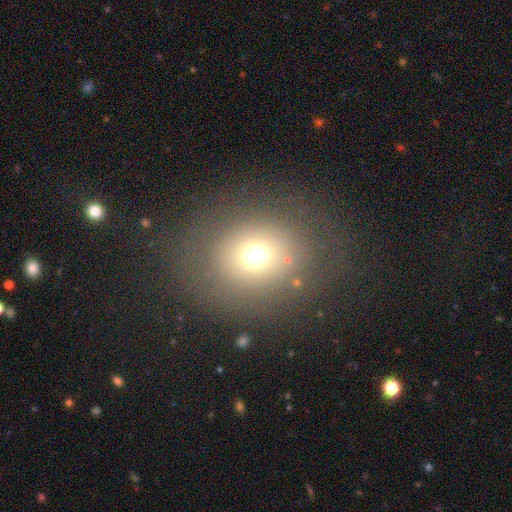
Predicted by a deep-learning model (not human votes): A smooth galaxy with no disk features (69%) that is round (75%).

Vote fractions:
- Smooth or featured? smooth: 69% / star or artifact: 21% / featured or disk: 11%
- How rounded? round: 75% / in between: 24% / cigar-shaped: 1%
- Merging? none: 79% / minor disturbance: 10% / major disturbance: 9% / merger: 2%